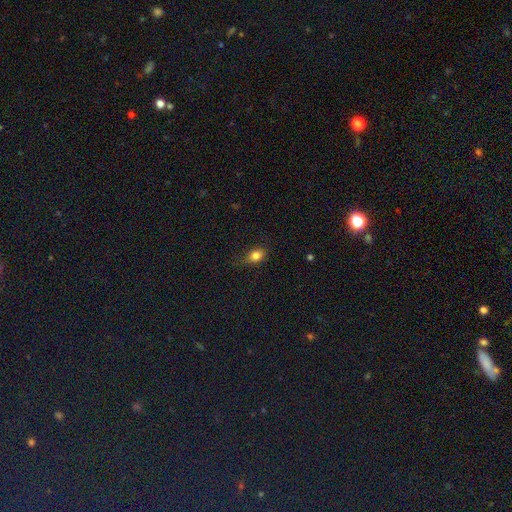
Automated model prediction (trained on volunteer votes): smooth-or-featured: smooth: 81% | star or artifact: 11% | featured or disk: 8%
  how-rounded: in between: 67% | round: 30% | cigar-shaped: 3%
  merging: none: 72% | minor disturbance: 21% | major disturbance: 5% | merger: 1%